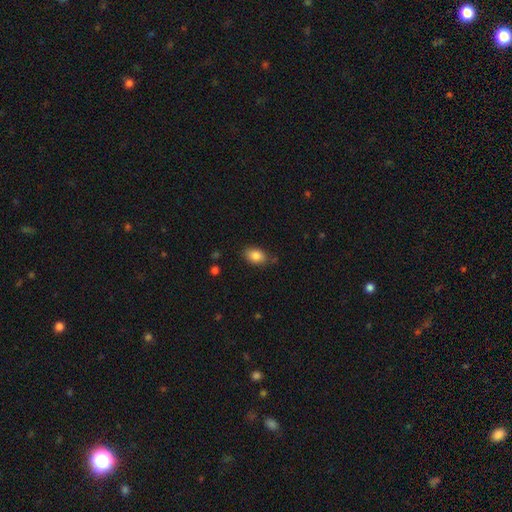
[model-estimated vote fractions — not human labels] A smooth galaxy with no disk features (85%) that is in between round and cigar-shaped (85%).

Vote fractions:
- Smooth or featured? smooth: 85% / star or artifact: 8% / featured or disk: 7%
- How rounded? in between: 85% / round: 13% / cigar-shaped: 1%
- Merging? none: 78% / minor disturbance: 16% / major disturbance: 3% / merger: 3%